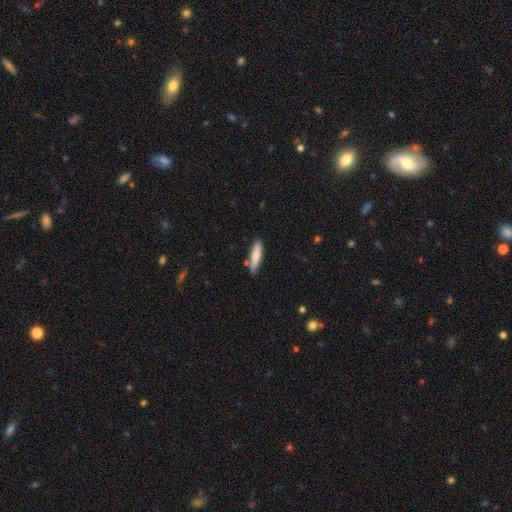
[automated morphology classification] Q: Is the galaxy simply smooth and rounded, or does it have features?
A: smooth — 76%.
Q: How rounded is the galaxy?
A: cigar-shaped — 77%.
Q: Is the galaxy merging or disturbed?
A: none — 80%.